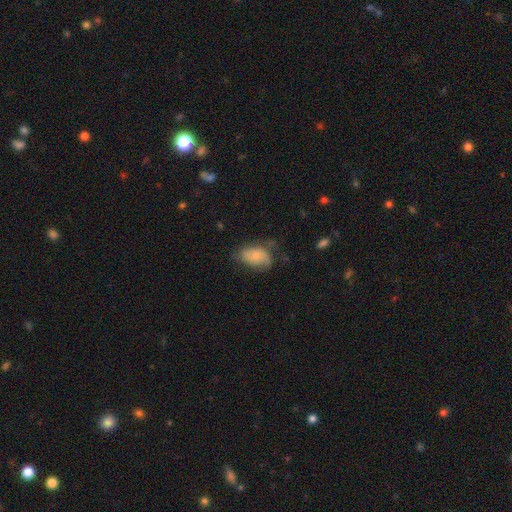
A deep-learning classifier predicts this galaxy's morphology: This appears to be a smooth galaxy with no disk features (60%) that is in between round and cigar-shaped (89%). Merging: none (46%).